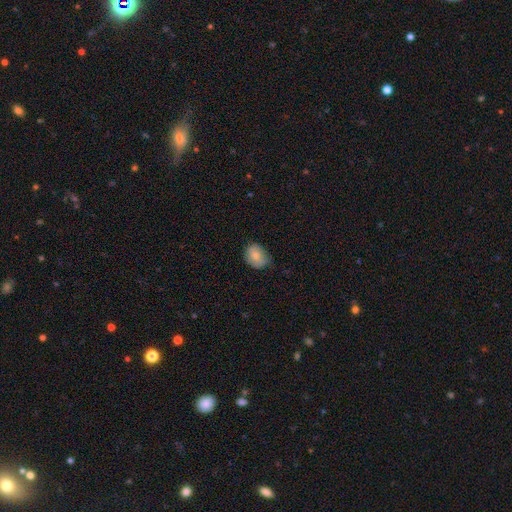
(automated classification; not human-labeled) Smooth or featured? smooth (77%)
How rounded? in between (53%)
Merging? none (63%)